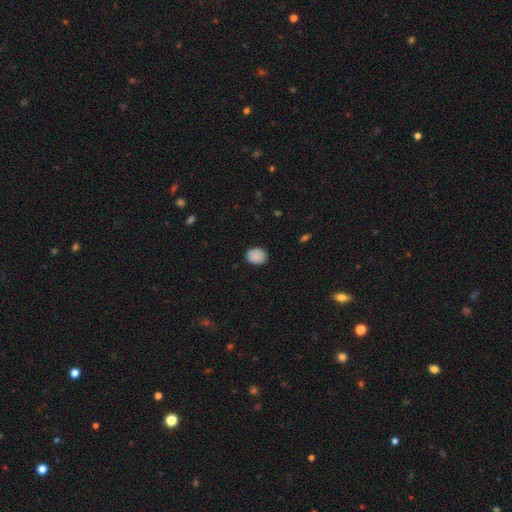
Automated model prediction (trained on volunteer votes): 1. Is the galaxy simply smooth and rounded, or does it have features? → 88% smooth, 8% star or artifact, 5% featured or disk.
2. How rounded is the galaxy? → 53% in between, 46% round, 1% cigar-shaped.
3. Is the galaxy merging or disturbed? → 85% none, 12% minor disturbance, 2% major disturbance, 1% merger.